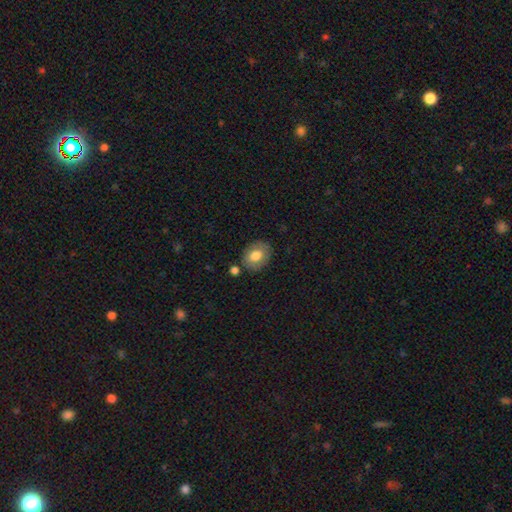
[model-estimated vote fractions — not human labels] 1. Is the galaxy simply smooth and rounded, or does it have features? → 73% smooth, 20% featured or disk, 8% star or artifact.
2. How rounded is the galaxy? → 51% in between, 48% round, 1% cigar-shaped.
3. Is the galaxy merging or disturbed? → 79% none, 13% minor disturbance, 5% merger, 3% major disturbance.